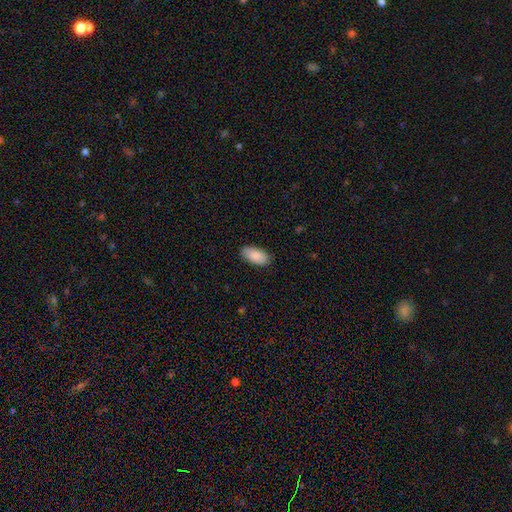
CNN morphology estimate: Q: Smooth or featured?
A: smooth (89%); runner-up: star or artifact (6%)
Q: How rounded?
A: in between (93%); runner-up: cigar-shaped (4%)
Q: Merging?
A: none (85%); runner-up: minor disturbance (11%)